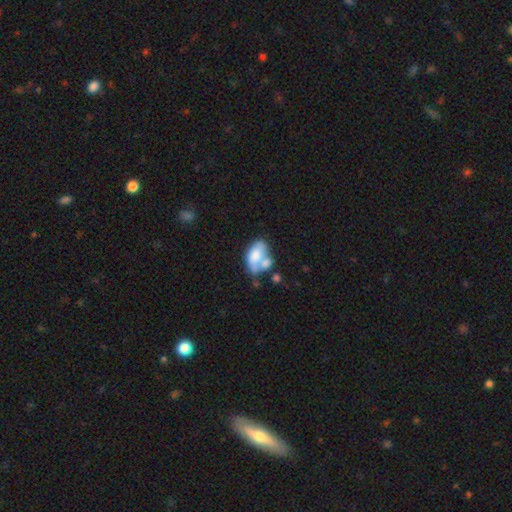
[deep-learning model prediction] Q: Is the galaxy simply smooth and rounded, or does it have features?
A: smooth — 61%.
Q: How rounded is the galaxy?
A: in between — 90%.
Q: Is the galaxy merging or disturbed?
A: merger — 50%.